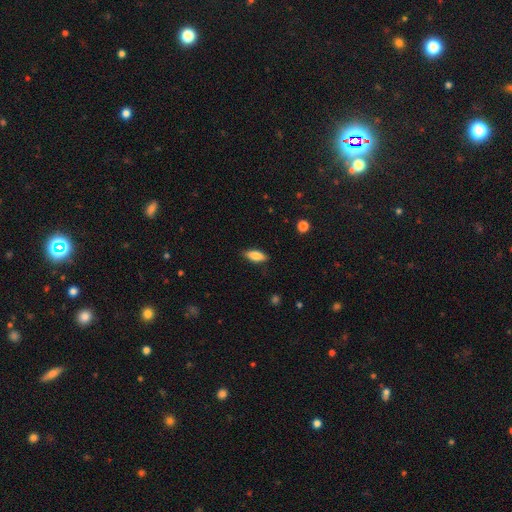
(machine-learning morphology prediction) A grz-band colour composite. It shows a smooth galaxy with no disk features (81%) that is in between round and cigar-shaped (76%). Merging: none (85%).